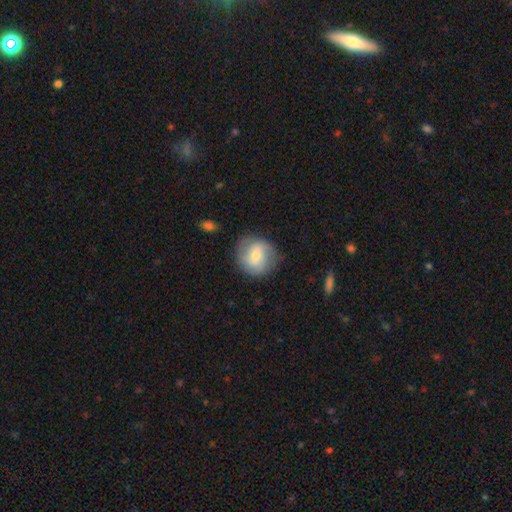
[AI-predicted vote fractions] Morphology: type=featured or disk (56%); edge-on=no (97%); bar=weak (50%); spiral arms=yes (89%); bulge=moderate (55%); merging=none (79%).